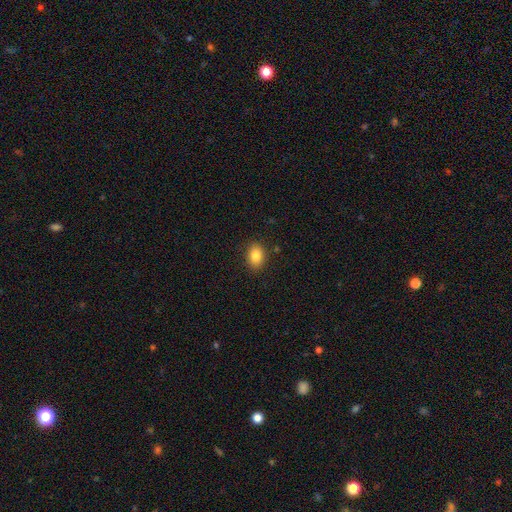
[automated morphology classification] Smooth or featured?
  - smooth: 84% *
  - star or artifact: 9%
  - featured or disk: 6%
How rounded?
  - in between: 72% *
  - round: 27%
  - cigar-shaped: 1%
Merging?
  - none: 87% *
  - minor disturbance: 9%
  - major disturbance: 2%
  - merger: 1%